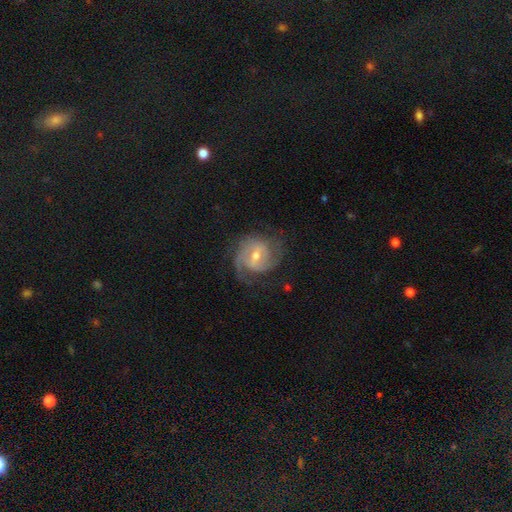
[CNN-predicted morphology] type=featured or disk (82%); edge-on=no (97%); bar=weak (56%); spiral arms=yes (94%); winding=medium (43%); arm count=2 (56%); bulge=moderate (55%); merging=none (64%).